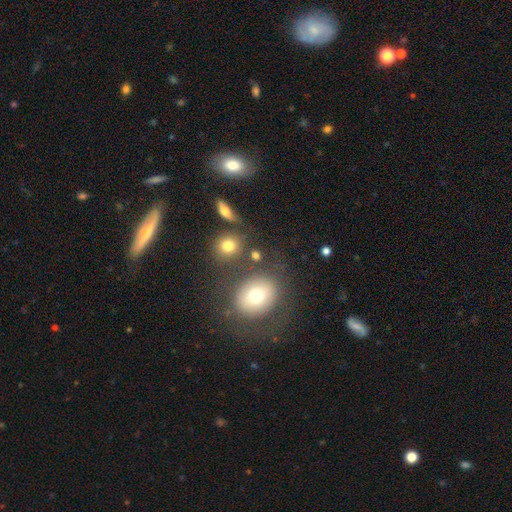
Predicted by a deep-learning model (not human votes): Smooth or featured? Predicted: smooth (p=0.68). How rounded? Predicted: round (p=0.62). Merging? Predicted: none (p=0.72).